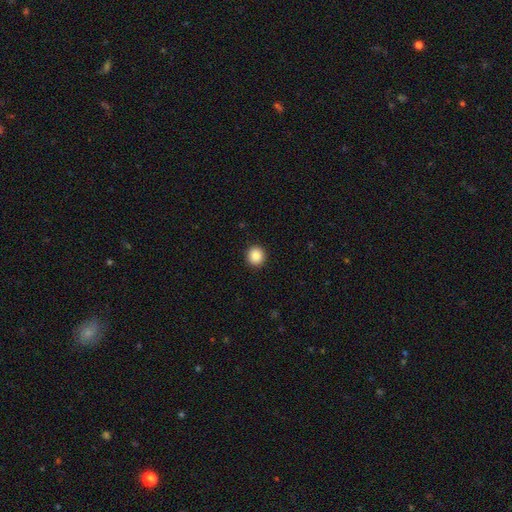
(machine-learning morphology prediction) smooth-or-featured: smooth: 88% | star or artifact: 9% | featured or disk: 3%
  how-rounded: round: 92% | in between: 7% | cigar-shaped: 1%
  merging: none: 93% | minor disturbance: 5% | major disturbance: 2% | merger: 1%